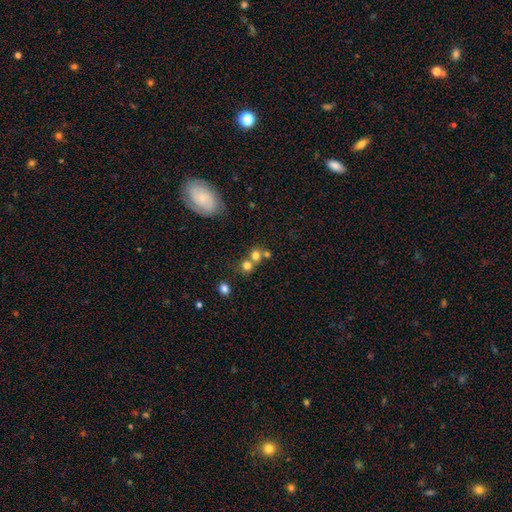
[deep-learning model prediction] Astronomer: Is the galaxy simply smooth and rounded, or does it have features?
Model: smooth — 74%.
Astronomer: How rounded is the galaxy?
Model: round — 82%.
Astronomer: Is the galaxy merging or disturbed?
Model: merger — 46% (runner-up: none, 44%).